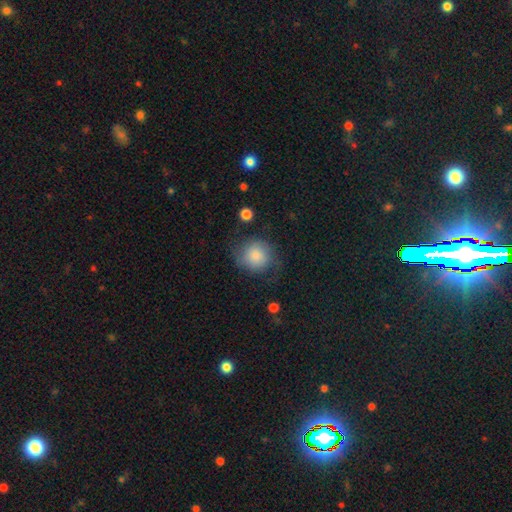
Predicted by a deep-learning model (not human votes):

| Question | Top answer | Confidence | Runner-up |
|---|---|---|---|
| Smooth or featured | smooth | 78% | featured or disk (14%) |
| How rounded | round | 85% | in between (14%) |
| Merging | none | 65% | minor disturbance (22%) |